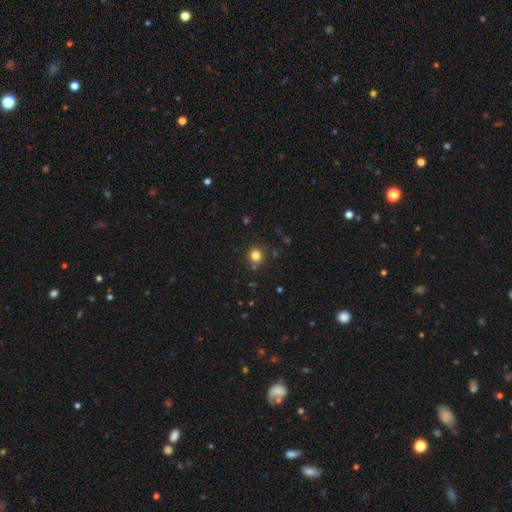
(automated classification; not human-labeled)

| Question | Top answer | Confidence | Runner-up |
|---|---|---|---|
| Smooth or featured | smooth | 81% | star or artifact (14%) |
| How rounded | round | 92% | in between (7%) |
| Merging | none | 85% | minor disturbance (8%) |